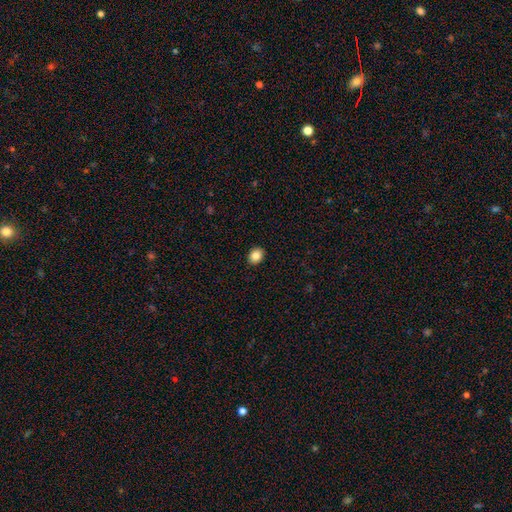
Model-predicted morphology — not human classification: This appears to be a smooth galaxy with no disk features (85%) that is in between round and cigar-shaped (54%). Merging: none (91%).